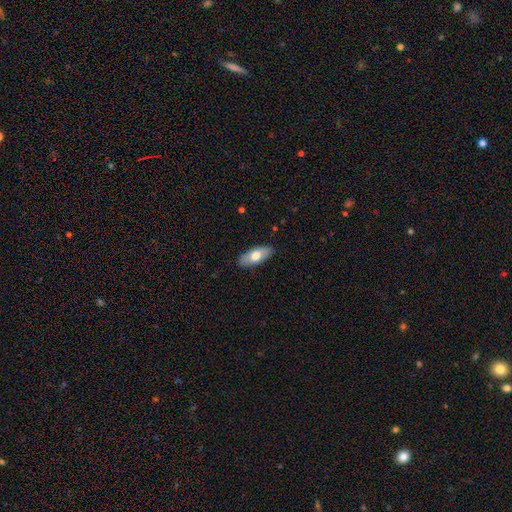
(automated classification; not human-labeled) A smooth galaxy with no disk features (72%) that is in between round and cigar-shaped (85%). Merging: none (88%).